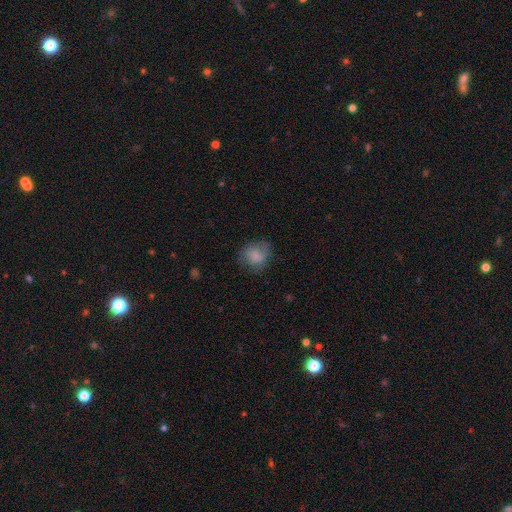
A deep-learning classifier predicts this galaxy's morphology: type=smooth (71%); roundness=round (68%); merging=none (62%).